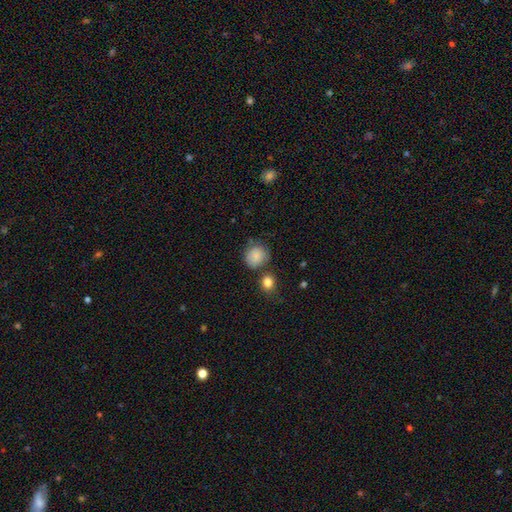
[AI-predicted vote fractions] Smooth or featured: smooth — 86% (star or artifact — 8%)
How rounded: round — 83% (in between — 17%)
Merging: none — 67% (minor disturbance — 19%)